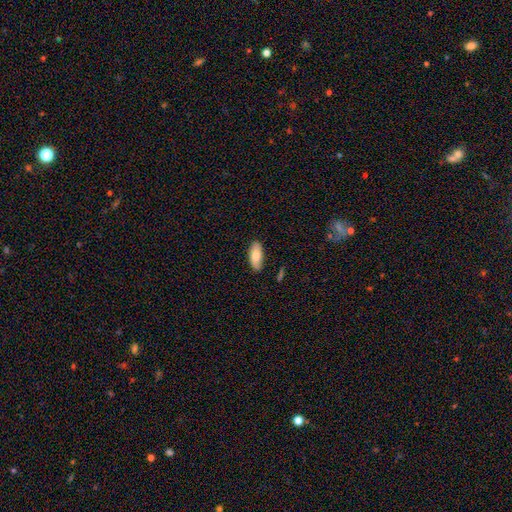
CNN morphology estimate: smooth_or_featured: smooth (p=0.81) [alt: featured or disk p=0.13]
how_rounded: in between (p=0.84) [alt: cigar-shaped p=0.14]
merging: none (p=0.84) [alt: minor disturbance p=0.13]